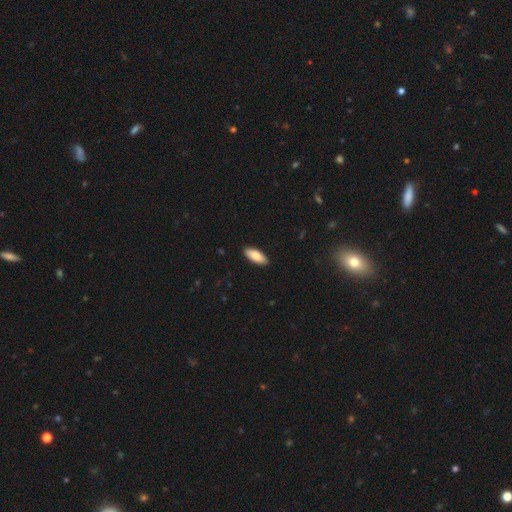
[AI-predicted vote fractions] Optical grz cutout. It shows a smooth galaxy with no disk features (85%) that is in between round and cigar-shaped (81%). Merging: none (90%).